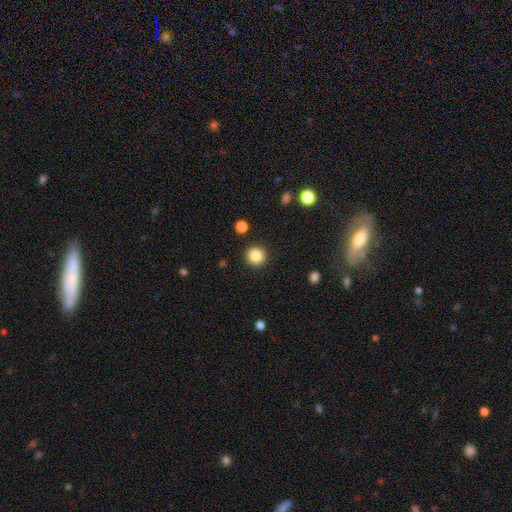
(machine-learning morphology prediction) The model was most divided on "smooth or featured": smooth: 86%, star or artifact: 10%, featured or disk: 4%. More confident: how rounded — round (94%); merging — none (91%).